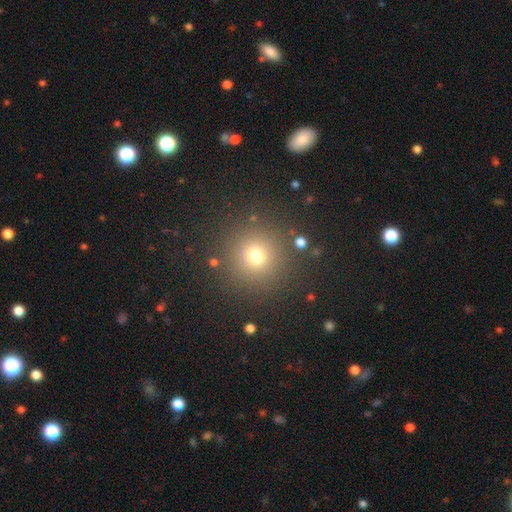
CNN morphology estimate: A smooth galaxy with no disk features (71%) that is round (95%).

Vote fractions:
- Smooth or featured? smooth: 71% / star or artifact: 21% / featured or disk: 8%
- How rounded? round: 95% / in between: 4% / cigar-shaped: 1%
- Merging? none: 88% / minor disturbance: 6% / major disturbance: 3% / merger: 2%